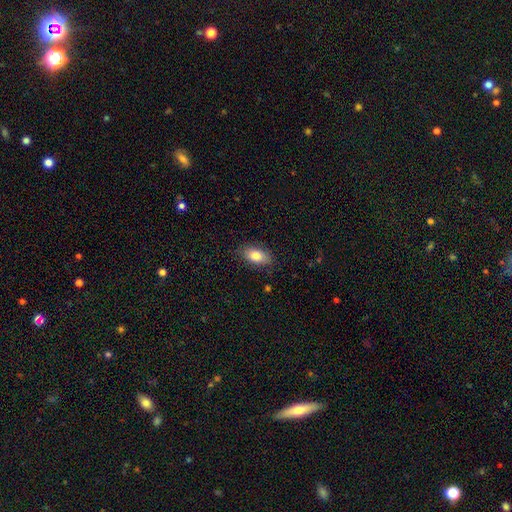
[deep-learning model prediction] Smooth or featured? Predicted: smooth (p=0.83). How rounded? Predicted: in between (p=0.90). Merging? Predicted: none (p=0.83).